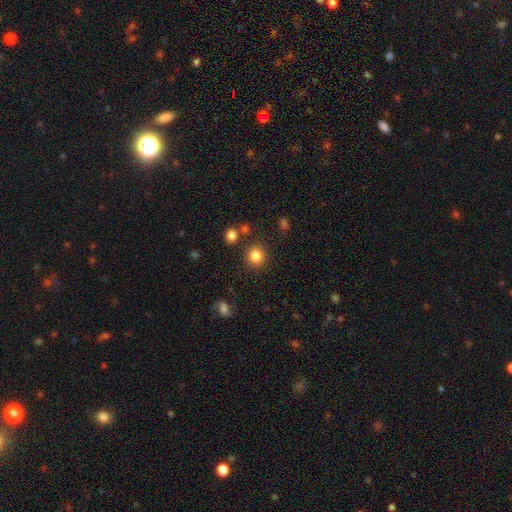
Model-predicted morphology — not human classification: This is clearly a smooth galaxy (84%). How rounded: clearly round (84%). Merging: clearly none (85%).